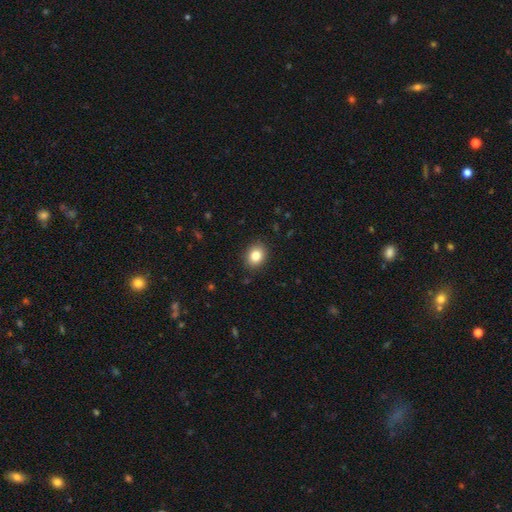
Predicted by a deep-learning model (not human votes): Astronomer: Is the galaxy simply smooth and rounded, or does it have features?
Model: smooth — 83%.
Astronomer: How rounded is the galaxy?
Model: round — 50% (runner-up: in between, 49%).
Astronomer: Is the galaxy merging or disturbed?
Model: none — 89%.